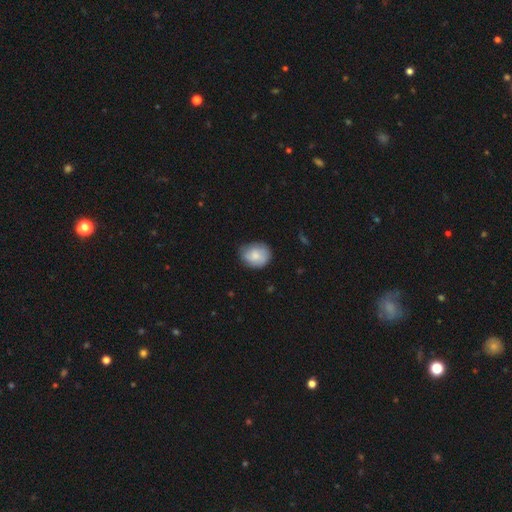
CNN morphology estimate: Smooth or featured? Predicted: smooth (p=0.76). How rounded? Predicted: round (p=0.61). Merging? Predicted: none (p=0.67).